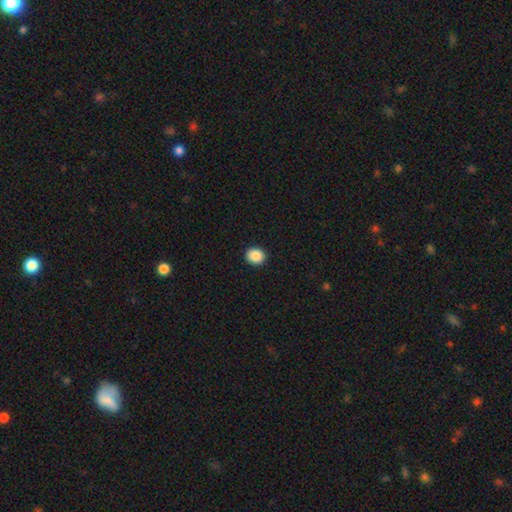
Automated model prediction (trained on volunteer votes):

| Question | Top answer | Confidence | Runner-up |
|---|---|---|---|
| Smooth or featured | smooth | 89% | star or artifact (8%) |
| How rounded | round | 71% | in between (28%) |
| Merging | none | 92% | minor disturbance (6%) |